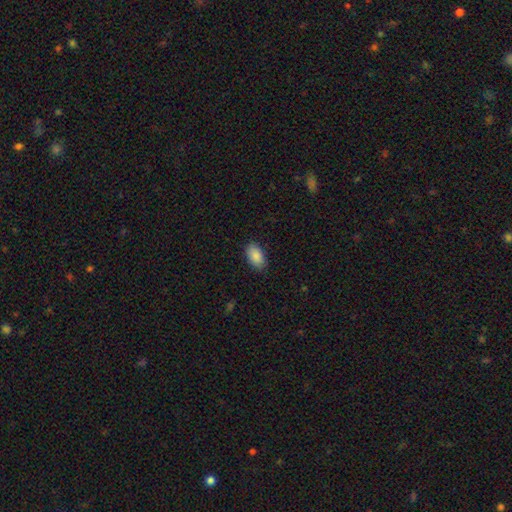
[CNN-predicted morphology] This is clearly a smooth galaxy (89%). How rounded: clearly in between (94%). Merging: clearly none (85%).